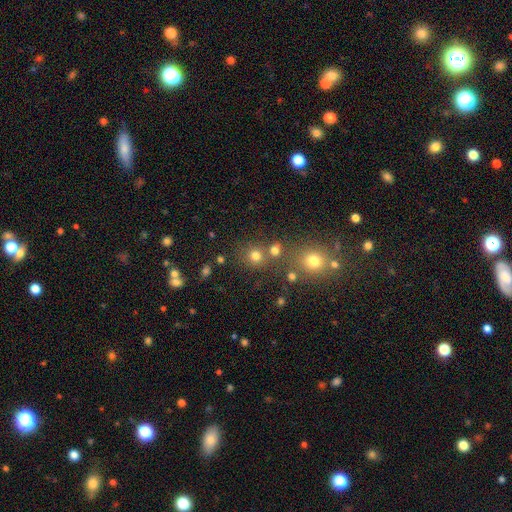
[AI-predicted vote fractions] This appears to be a smooth galaxy with no disk features (73%) that is round (87%). Merging: none (68%).